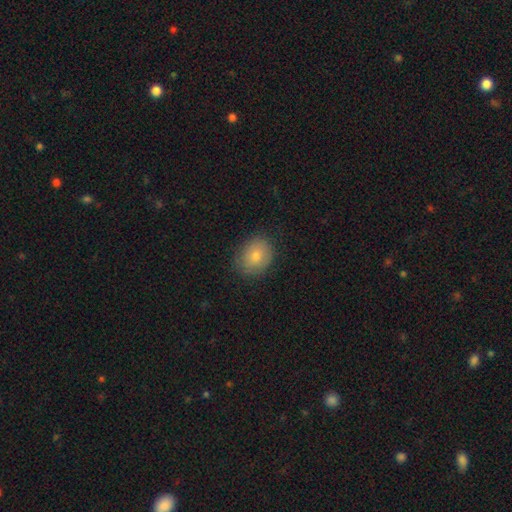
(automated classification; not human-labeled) This is likely a smooth galaxy (76%). How rounded: possibly in between (50%). Merging: clearly none (82%).